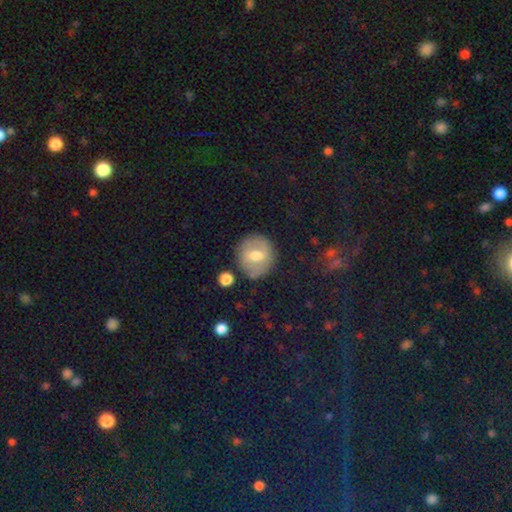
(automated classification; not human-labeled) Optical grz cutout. It shows a smooth galaxy with no disk features (54%) that is round (82%). Merging: none (81%).